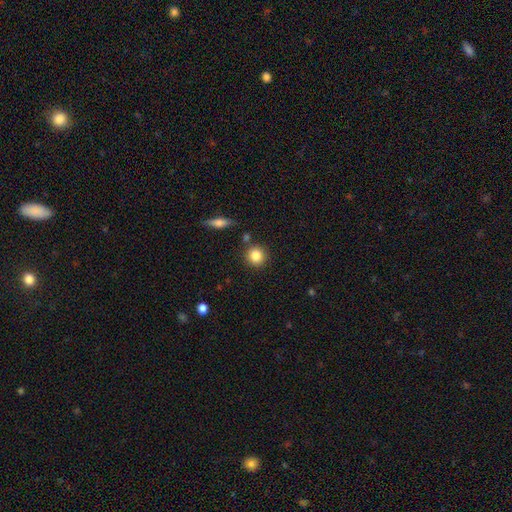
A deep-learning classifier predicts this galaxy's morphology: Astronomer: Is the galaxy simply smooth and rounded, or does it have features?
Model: smooth — 84%.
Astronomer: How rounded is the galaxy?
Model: round — 89%.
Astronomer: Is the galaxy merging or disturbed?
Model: none — 83%.